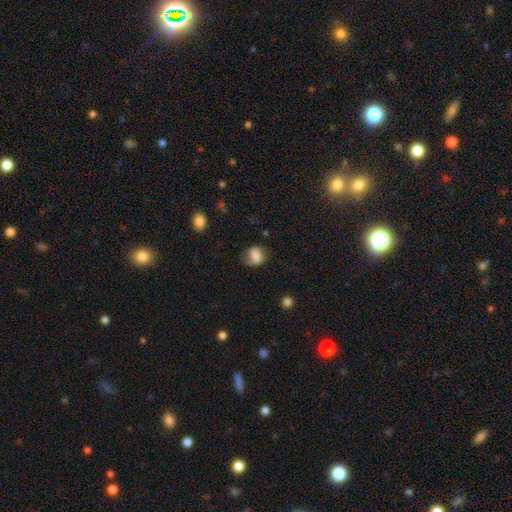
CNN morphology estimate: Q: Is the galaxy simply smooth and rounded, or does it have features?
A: smooth — 63%.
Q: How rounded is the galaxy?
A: round — 52%.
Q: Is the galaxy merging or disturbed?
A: none — 60%.